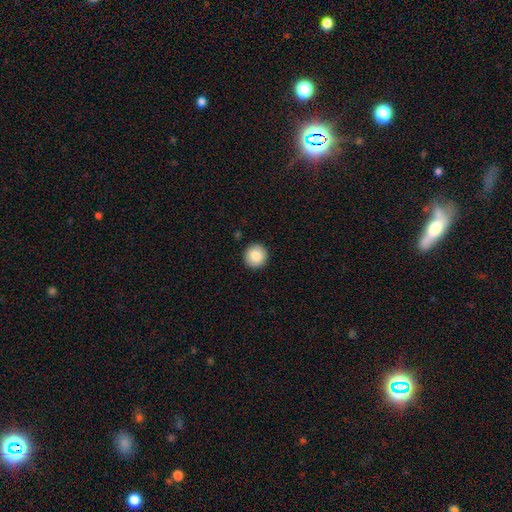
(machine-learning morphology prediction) smooth 86%, star or artifact 8%, featured or disk 6%. Down the decision tree: how rounded — round (94%); merging — none (93%).